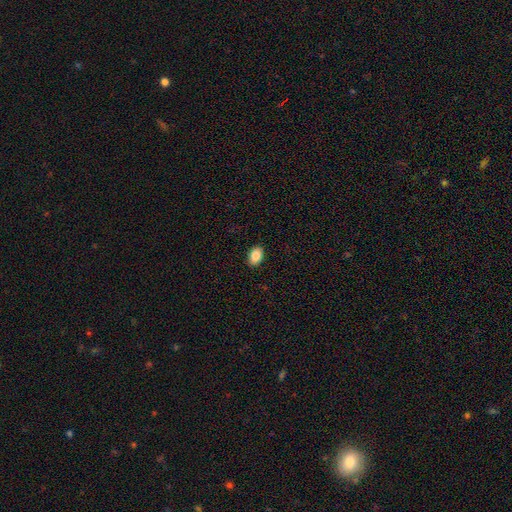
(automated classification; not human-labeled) Smooth or featured? smooth (87%)
How rounded? in between (84%)
Merging? none (90%)